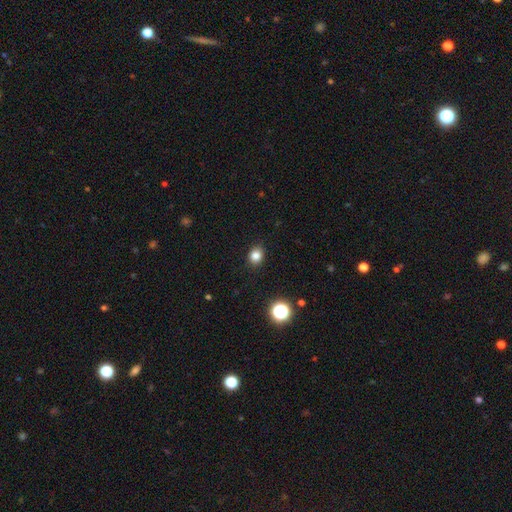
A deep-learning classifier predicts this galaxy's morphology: smooth-or-featured: smooth: 82% | star or artifact: 13% | featured or disk: 5%
  how-rounded: round: 61% | in between: 38% | cigar-shaped: 1%
  merging: none: 89% | minor disturbance: 8% | major disturbance: 2% | merger: 1%